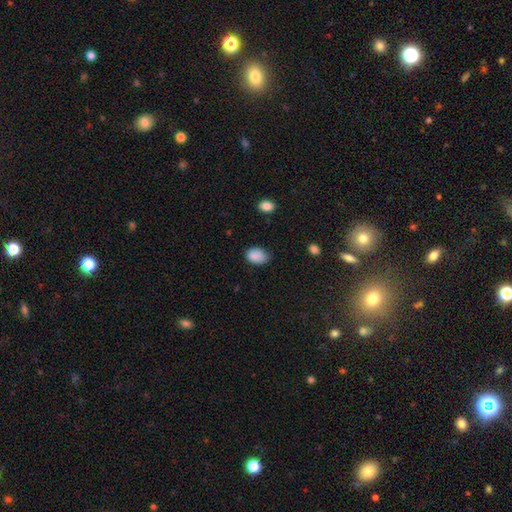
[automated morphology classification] This appears to be a smooth galaxy with no disk features (87%) that is in between round and cigar-shaped (77%). Merging: none (69%).